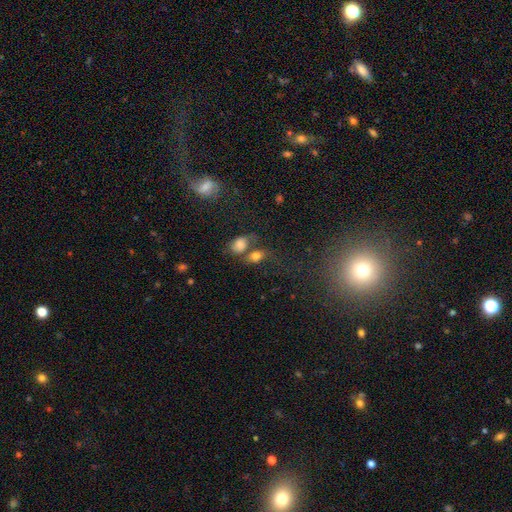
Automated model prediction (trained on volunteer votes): This is likely a smooth galaxy (71%). How rounded: likely in between (71%). Merging: possibly merger (47%).